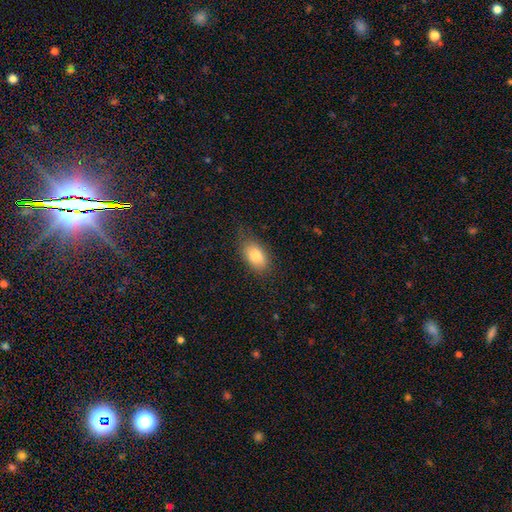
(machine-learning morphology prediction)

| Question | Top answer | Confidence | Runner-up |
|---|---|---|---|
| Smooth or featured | smooth | 84% | featured or disk (9%) |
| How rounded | in between | 90% | round (7%) |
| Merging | none | 72% | minor disturbance (21%) |